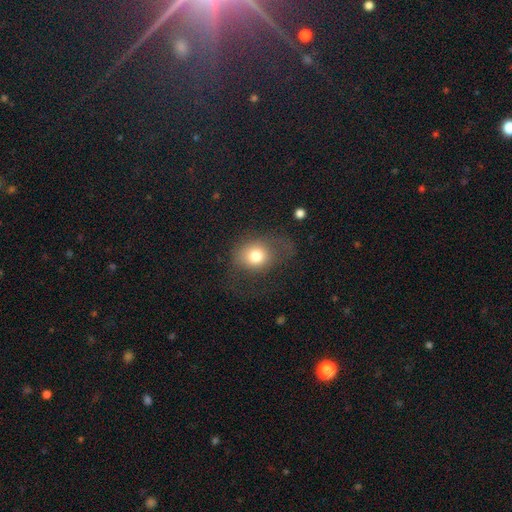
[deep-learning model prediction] smooth-or-featured: smooth: 75% | featured or disk: 15% | star or artifact: 11%
  how-rounded: round: 65% | in between: 34% | cigar-shaped: 1%
  merging: none: 46% | major disturbance: 30% | minor disturbance: 22% | merger: 2%